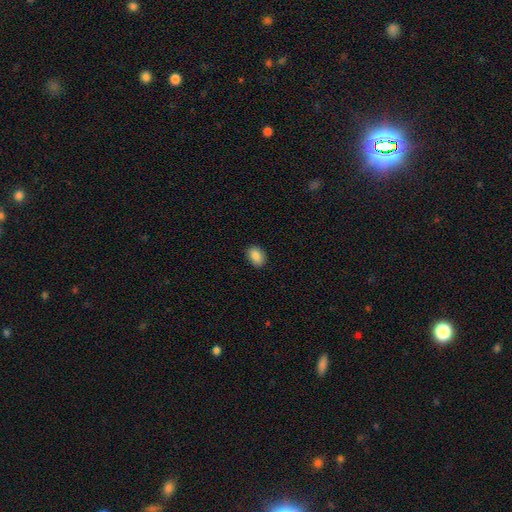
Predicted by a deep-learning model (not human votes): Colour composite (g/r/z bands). It shows a smooth galaxy with no disk features (87%) that is in between round and cigar-shaped (79%). Merging: none (89%).